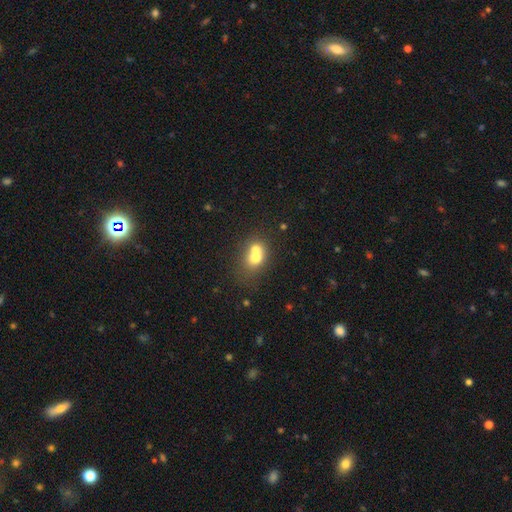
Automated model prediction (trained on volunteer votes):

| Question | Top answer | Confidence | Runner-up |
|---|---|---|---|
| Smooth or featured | smooth | 66% | featured or disk (23%) |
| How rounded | in between | 53% | round (46%) |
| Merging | merger | 64% | none (23%) |